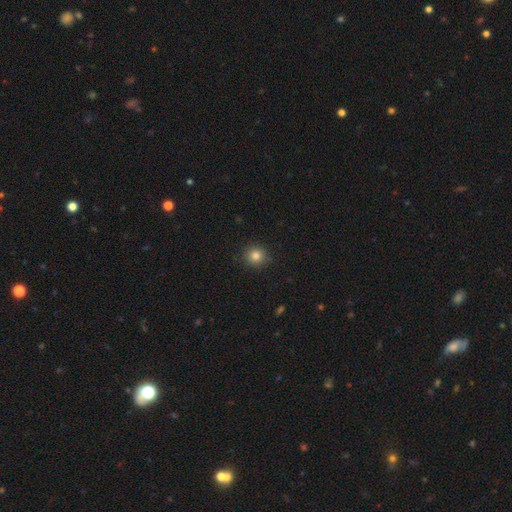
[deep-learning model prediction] The model was most divided on "smooth or featured": smooth: 83%, star or artifact: 11%, featured or disk: 5%. More confident: how rounded — round (90%); merging — none (90%).